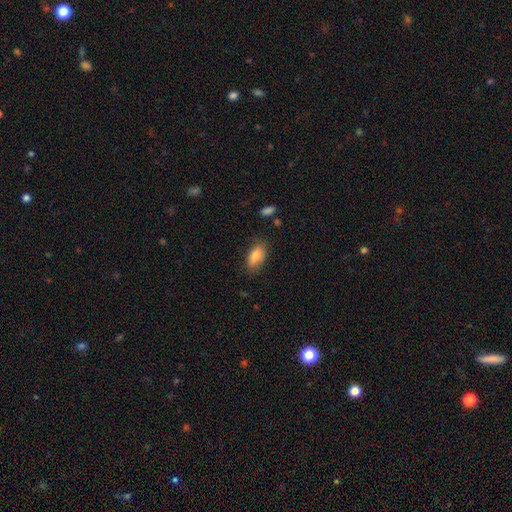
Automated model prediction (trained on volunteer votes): A smooth galaxy with no disk features (82%) that is in between round and cigar-shaped (88%). Merging: none (76%).